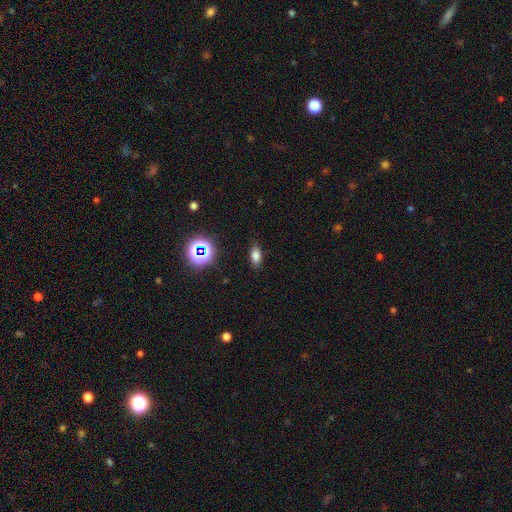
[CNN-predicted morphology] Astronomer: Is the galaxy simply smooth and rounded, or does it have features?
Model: smooth — 75%.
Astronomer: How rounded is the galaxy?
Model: in between — 83%.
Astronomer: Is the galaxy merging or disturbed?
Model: none — 85%.